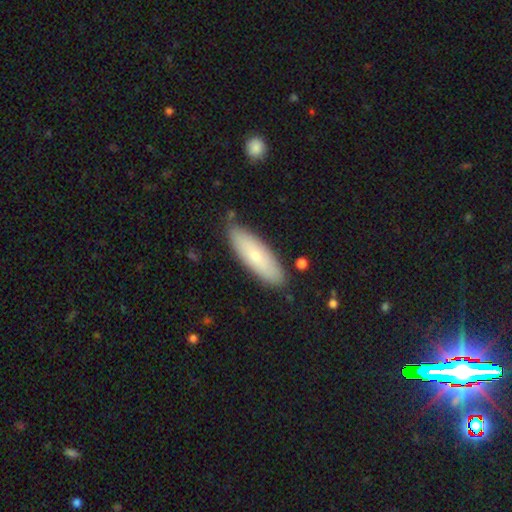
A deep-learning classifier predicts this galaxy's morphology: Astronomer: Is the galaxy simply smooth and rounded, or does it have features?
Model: smooth — 67%.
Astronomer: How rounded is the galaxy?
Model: in between — 53% (runner-up: cigar-shaped, 46%).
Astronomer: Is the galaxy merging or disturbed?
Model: none — 83%.